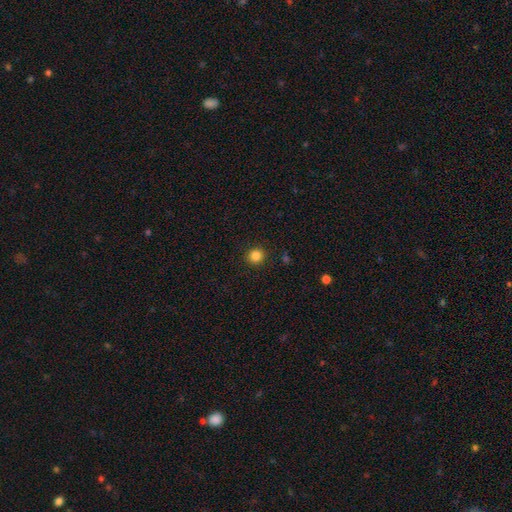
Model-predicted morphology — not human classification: A smooth galaxy with no disk features (84%) that is round (91%).

Vote fractions:
- Smooth or featured? smooth: 84% / star or artifact: 12% / featured or disk: 4%
- How rounded? round: 91% / in between: 8% / cigar-shaped: 1%
- Merging? none: 92% / minor disturbance: 5% / major disturbance: 2% / merger: 1%